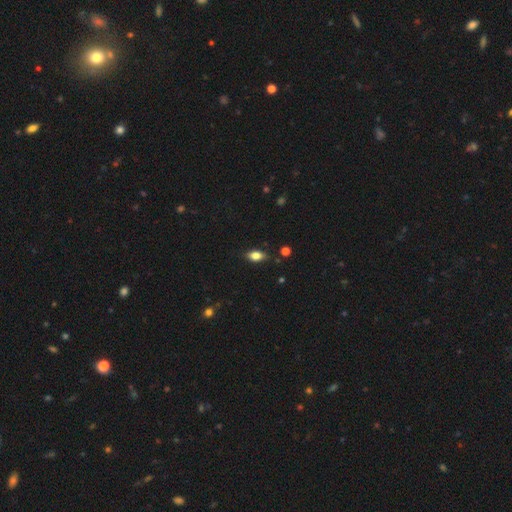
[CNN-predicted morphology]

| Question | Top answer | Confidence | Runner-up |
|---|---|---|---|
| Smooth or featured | smooth | 78% | featured or disk (13%) |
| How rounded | in between | 86% | cigar-shaped (7%) |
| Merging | none | 82% | minor disturbance (14%) |